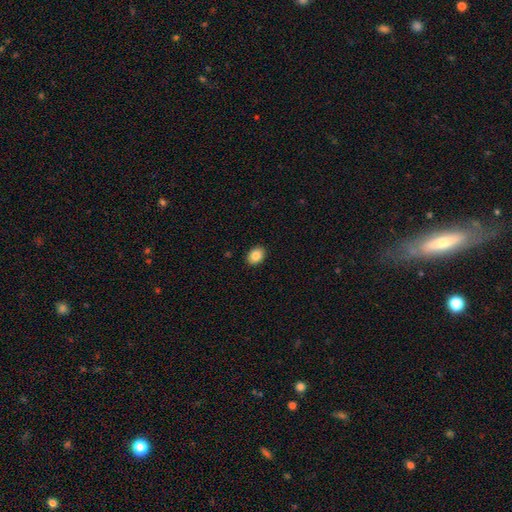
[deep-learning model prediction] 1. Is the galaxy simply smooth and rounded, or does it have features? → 85% smooth, 8% star or artifact, 7% featured or disk.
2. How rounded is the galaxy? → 73% in between, 27% round, 1% cigar-shaped.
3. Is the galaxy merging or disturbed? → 90% none, 7% minor disturbance, 2% major disturbance, 1% merger.